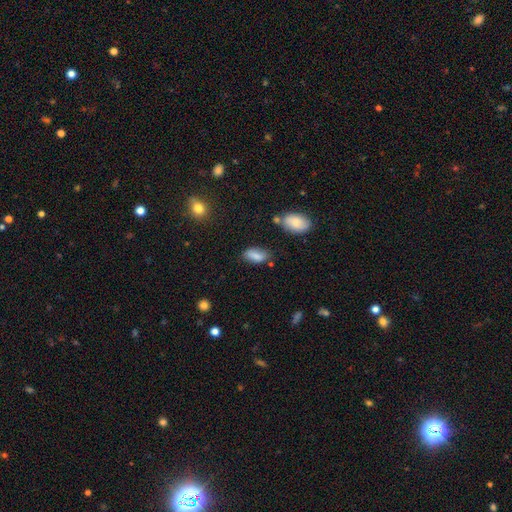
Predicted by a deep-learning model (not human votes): smooth 81%, featured or disk 10%, star or artifact 9%. Down the decision tree: how rounded — in between (88%); merging — none (69%).